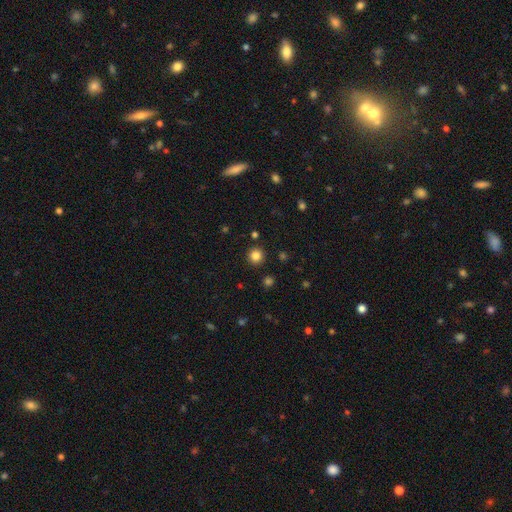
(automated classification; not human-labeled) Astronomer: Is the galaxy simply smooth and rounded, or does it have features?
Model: smooth — 83%.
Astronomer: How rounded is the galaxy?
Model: round — 95%.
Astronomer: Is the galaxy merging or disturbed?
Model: none — 92%.